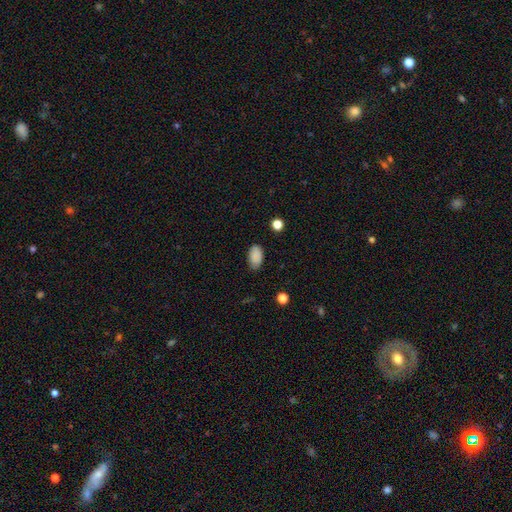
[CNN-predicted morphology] Smooth or featured? smooth (88%)
How rounded? in between (93%)
Merging? none (83%)